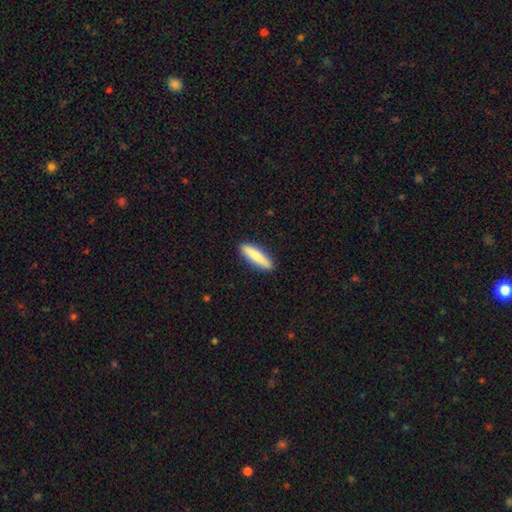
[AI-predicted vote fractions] Smooth or featured? Predicted: smooth (p=0.82). How rounded? Predicted: cigar-shaped (p=0.80). Merging? Predicted: none (p=0.90).